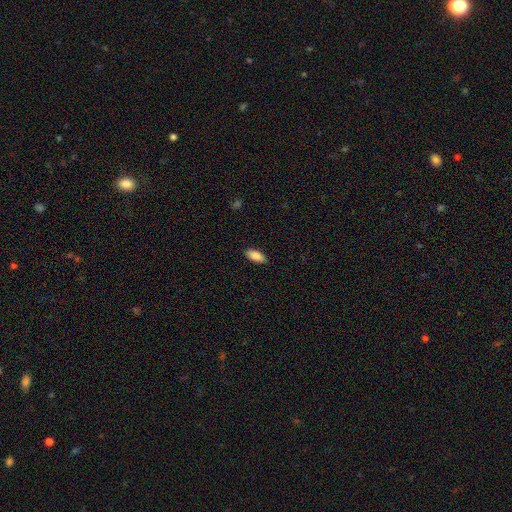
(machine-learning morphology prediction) Overall: smooth (85%). How rounded: in between (88%). Merging: none (89%).